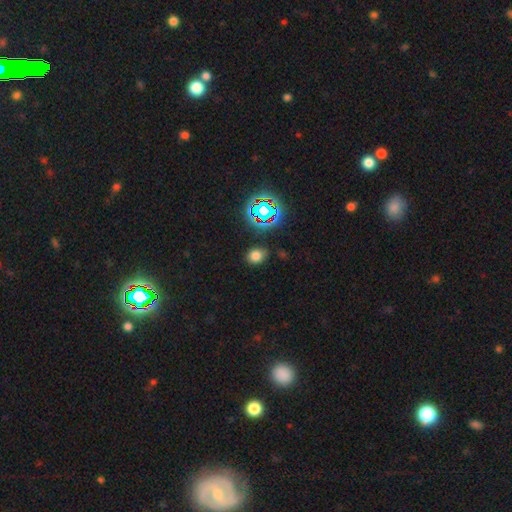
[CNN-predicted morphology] A smooth galaxy with no disk features (70%) that is round (57%). Merging: none (83%).